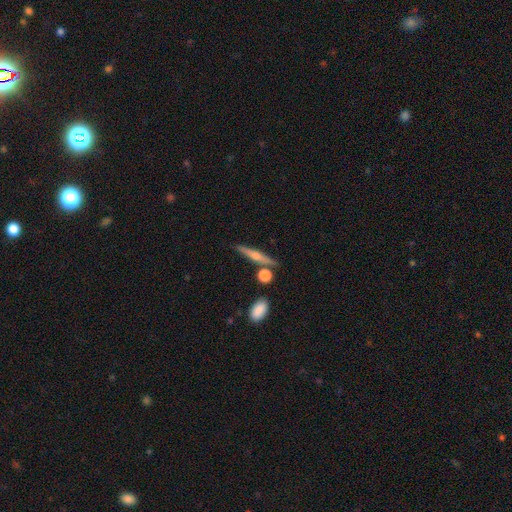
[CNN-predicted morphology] smooth_or_featured: featured or disk (p=0.65) [alt: smooth p=0.27]
disk_edge_on: yes (p=0.96) [alt: no p=0.04]
edge_on_bulge: rounded (p=0.88) [alt: none p=0.08]
merging: none (p=0.82) [alt: minor disturbance p=0.09]